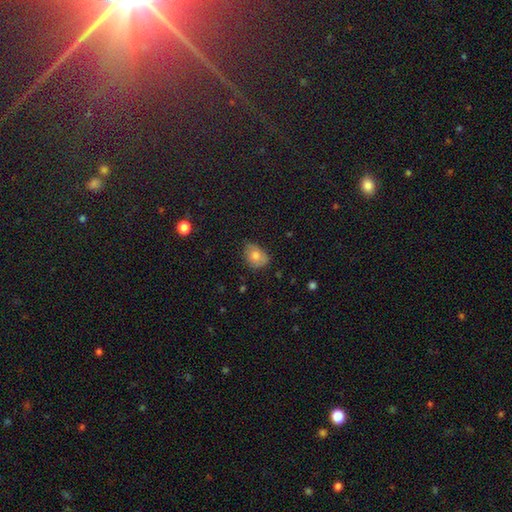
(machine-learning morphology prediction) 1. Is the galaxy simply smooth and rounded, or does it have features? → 77% smooth, 13% featured or disk, 10% star or artifact.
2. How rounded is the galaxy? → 63% in between, 36% round, 1% cigar-shaped.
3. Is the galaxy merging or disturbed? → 65% none, 27% minor disturbance, 6% major disturbance, 1% merger.